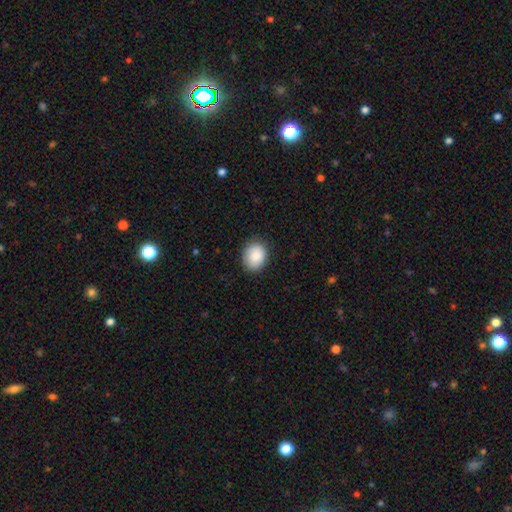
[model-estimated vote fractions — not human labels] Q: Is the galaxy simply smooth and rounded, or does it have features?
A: smooth — 87%.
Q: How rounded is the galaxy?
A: round — 58%.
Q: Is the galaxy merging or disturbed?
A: none — 85%.